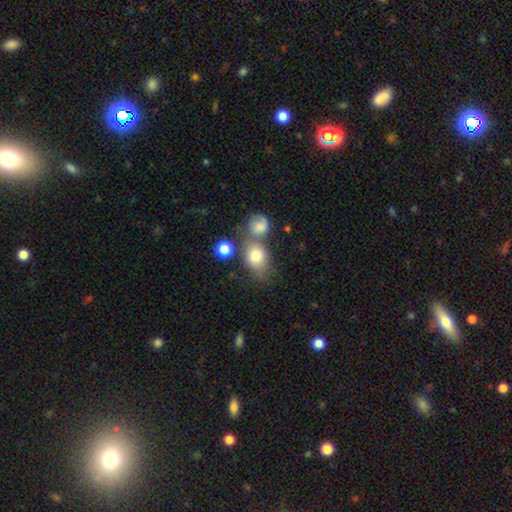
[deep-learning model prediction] Smooth or featured? Predicted: smooth (p=0.77). How rounded? Predicted: in between (p=0.61). Merging? Predicted: none (p=0.44).